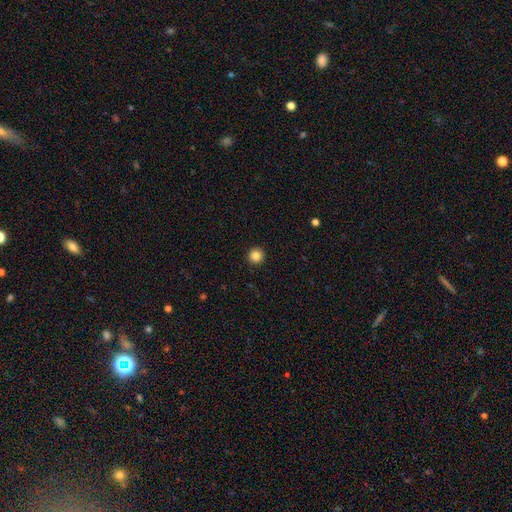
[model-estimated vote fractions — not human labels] This appears to be a smooth galaxy with no disk features (85%) that is round (96%). Merging: none (93%).